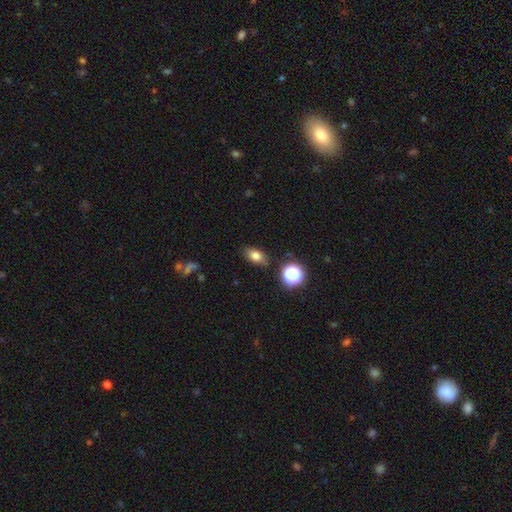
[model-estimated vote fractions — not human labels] Overall: smooth (77%). How rounded: in between (78%). Merging: none (83%).